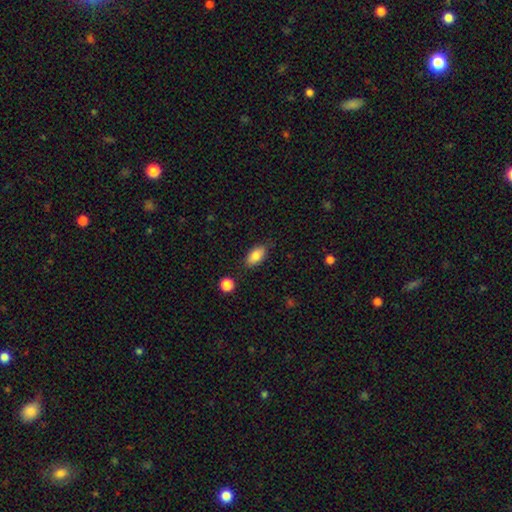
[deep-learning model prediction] Smooth or featured? smooth (82%)
How rounded? in between (89%)
Merging? none (81%)